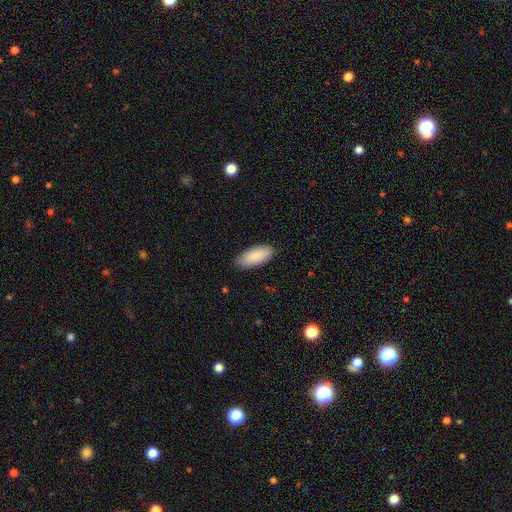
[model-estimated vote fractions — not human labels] This is clearly a smooth galaxy (89%). How rounded: clearly in between (88%). Merging: clearly none (87%).